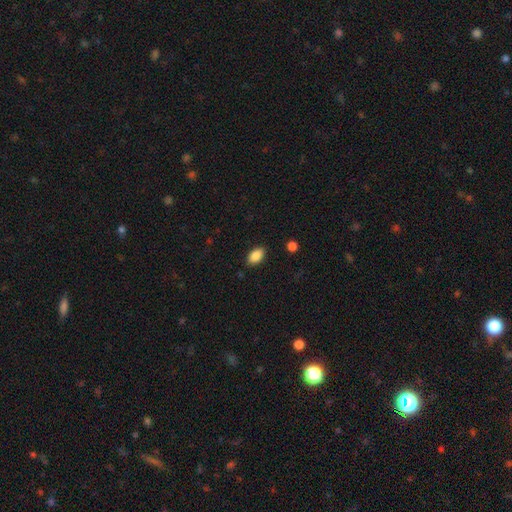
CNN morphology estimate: The model was most divided on "merging": none: 87%, minor disturbance: 10%, major disturbance: 2%, merger: 1%. More confident: how rounded — in between (92%); smooth or featured — smooth (88%).